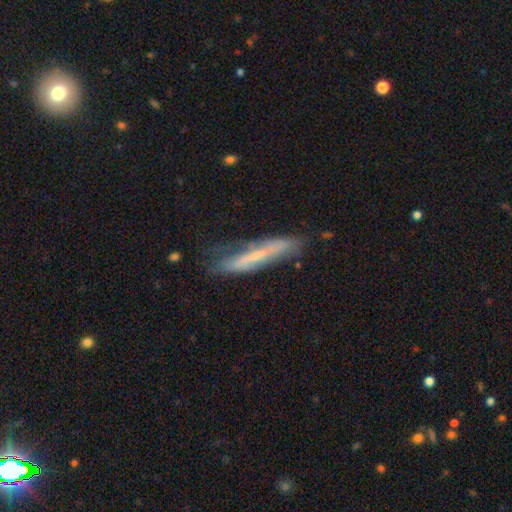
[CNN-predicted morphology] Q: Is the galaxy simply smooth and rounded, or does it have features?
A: featured or disk — 53%.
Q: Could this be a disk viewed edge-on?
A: yes — 65%.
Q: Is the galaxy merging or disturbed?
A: none — 58%.